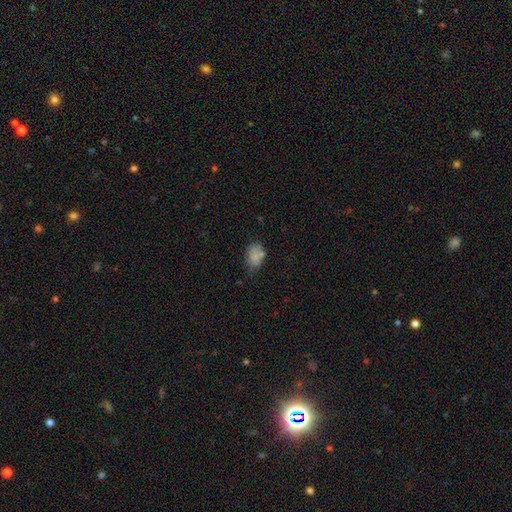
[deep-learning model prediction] Morphology: type=smooth (75%); roundness=in between (81%); merging=none (54%).